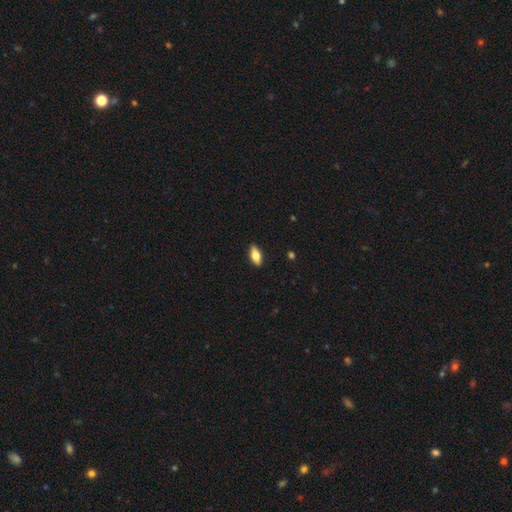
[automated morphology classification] smooth 69%, featured or disk 24%, star or artifact 6%. Down the decision tree: how rounded — in between (83%); merging — none (90%).